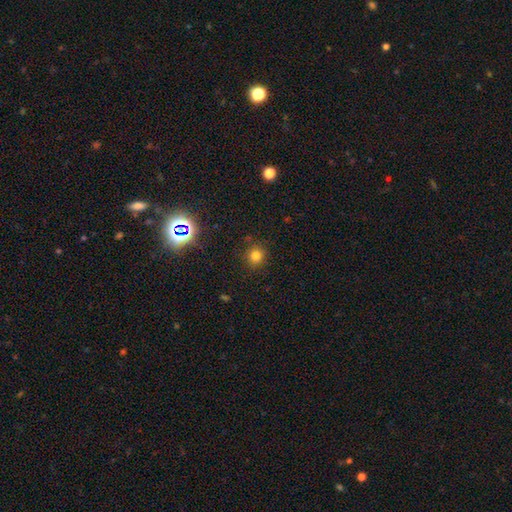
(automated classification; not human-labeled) Morphology: type=smooth (77%); roundness=round (90%); merging=none (86%).